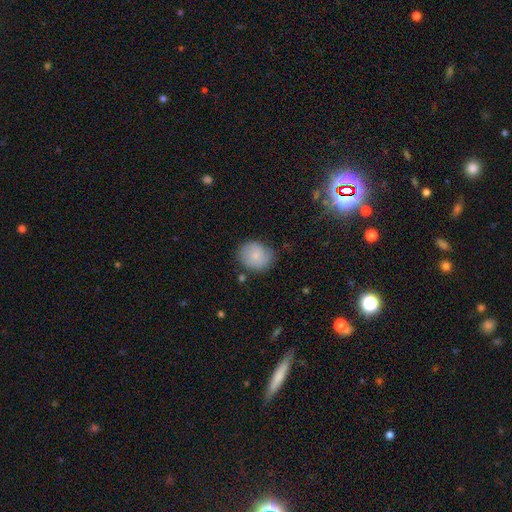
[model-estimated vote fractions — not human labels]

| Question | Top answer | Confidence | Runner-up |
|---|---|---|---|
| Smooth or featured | smooth | 73% | featured or disk (20%) |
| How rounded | round | 74% | in between (25%) |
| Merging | none | 71% | minor disturbance (21%) |